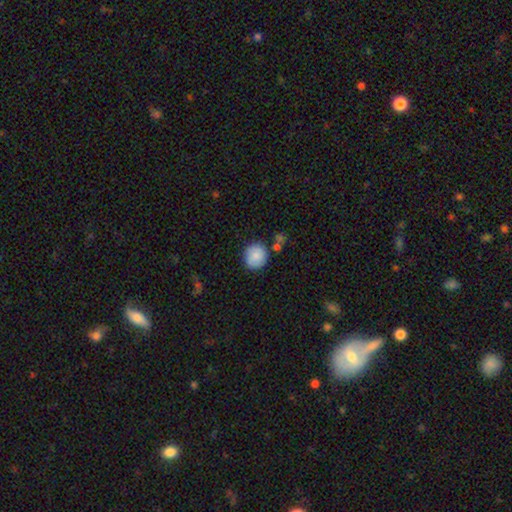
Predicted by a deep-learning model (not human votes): smooth-or-featured: smooth: 84% | featured or disk: 8% | star or artifact: 7%
  how-rounded: round: 87% | in between: 12% | cigar-shaped: 1%
  merging: none: 78% | minor disturbance: 12% | merger: 6% | major disturbance: 3%